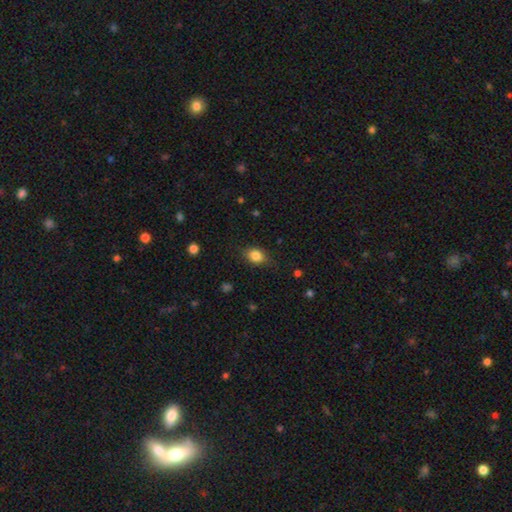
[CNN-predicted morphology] type=smooth (83%); roundness=in between (59%); merging=none (78%).